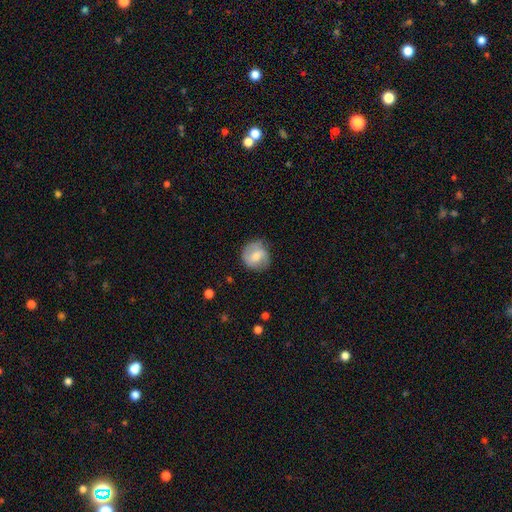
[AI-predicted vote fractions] Smooth or featured: smooth — 49% (featured or disk — 45%)
Merging: none — 73% (minor disturbance — 20%)